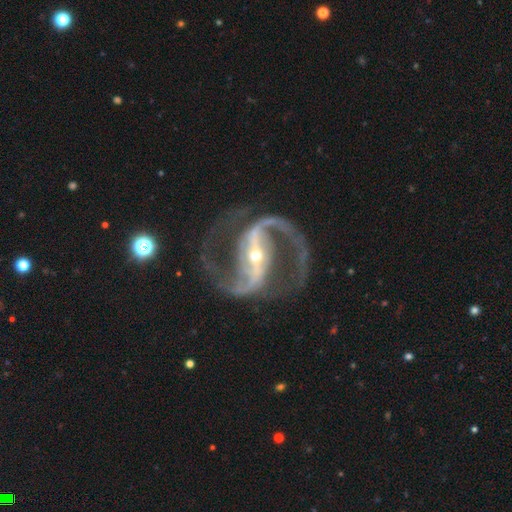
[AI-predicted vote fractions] Smooth or featured? Predicted: featured or disk (p=0.94). Edge-on disk? Predicted: no (p=0.98). Bar? Predicted: strong (p=0.71). Spiral arms? Predicted: yes (p=0.98). Spiral winding? Predicted: medium (p=0.60). Spiral arm count? Predicted: 2 (p=0.94). Bulge size? Predicted: small (p=0.68). Merging? Predicted: none (p=0.78).